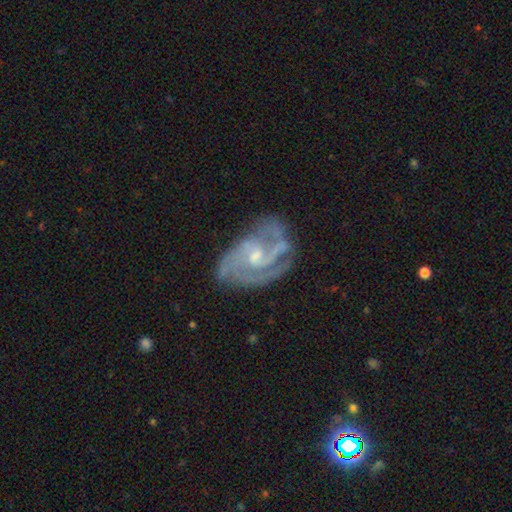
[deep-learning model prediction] A featured or disk galaxy (88%) with no bar (49%), 3 (36%) medium (48%) spiral arms (96%) and a small central bulge (53%).

Vote fractions:
- Smooth or featured? featured or disk: 88% / smooth: 7% / star or artifact: 6%
- Edge-on disk? no: 97% / yes: 3%
- Bar? no: 49% / weak: 43% / strong: 9%
- Spiral arms? yes: 96% / no: 4%
- Spiral winding? medium: 48% / tight: 40% / loose: 12%
- Spiral arm count? 3: 36% / 2: 33% / can't tell: 14% / 4: 8% / 1: 5% / more than 4: 4%
- Bulge size? small: 53% / moderate: 40% / none: 4% / large: 2% / dominant: 1%
- Merging? none: 62% / minor disturbance: 23% / major disturbance: 13% / merger: 2%